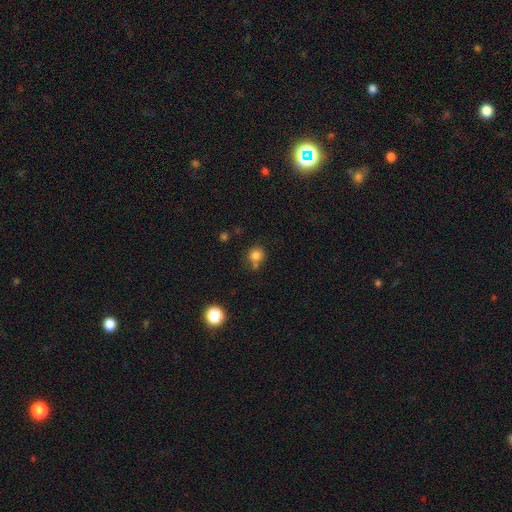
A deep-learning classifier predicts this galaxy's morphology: smooth_or_featured: smooth (p=0.80) [alt: star or artifact p=0.13]
how_rounded: round (p=0.88) [alt: in between p=0.11]
merging: none (p=0.63) [alt: merger p=0.18]